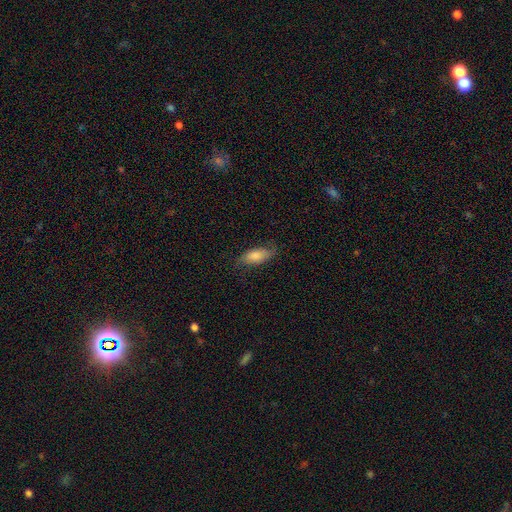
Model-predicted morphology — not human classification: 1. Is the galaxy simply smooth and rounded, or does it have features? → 70% smooth, 23% featured or disk, 7% star or artifact.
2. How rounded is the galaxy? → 81% in between, 16% cigar-shaped, 3% round.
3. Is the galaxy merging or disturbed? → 68% none, 23% minor disturbance, 8% major disturbance, 1% merger.